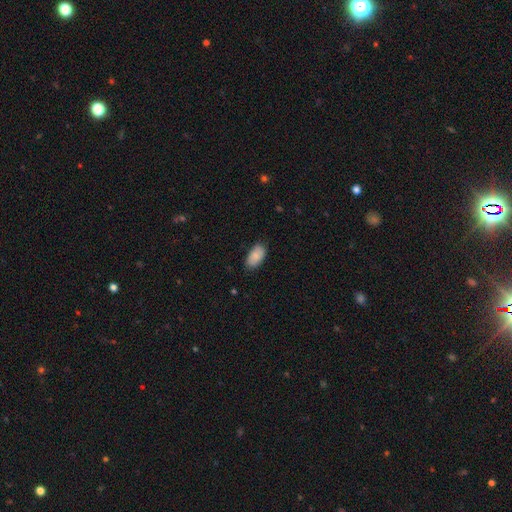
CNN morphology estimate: This appears to be a smooth galaxy with no disk features (86%) that is in between round and cigar-shaped (95%). Merging: none (81%).